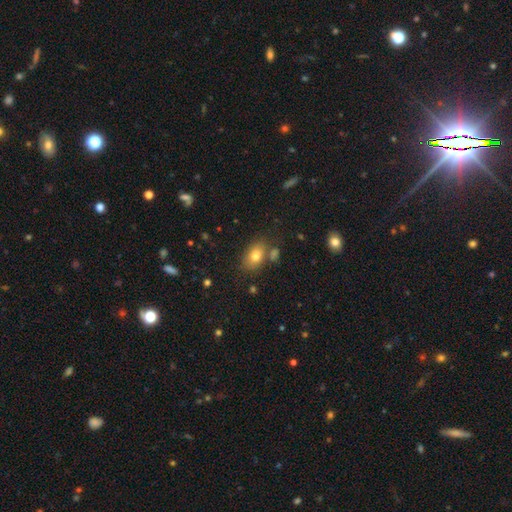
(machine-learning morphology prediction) type=smooth (79%); roundness=in between (83%); merging=none (68%).